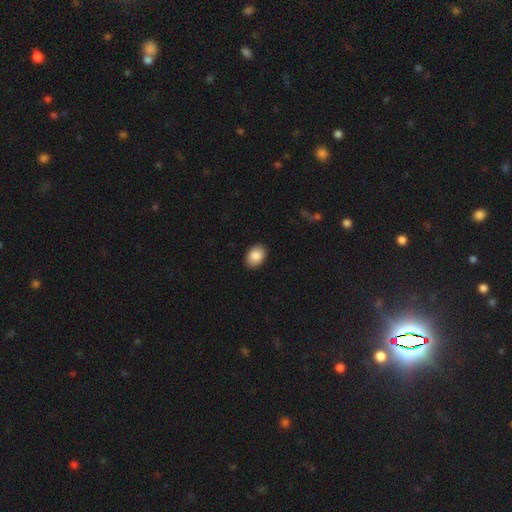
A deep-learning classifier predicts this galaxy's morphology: Smooth or featured: smooth — 88% (star or artifact — 7%)
How rounded: in between — 82% (round — 17%)
Merging: none — 90% (minor disturbance — 8%)